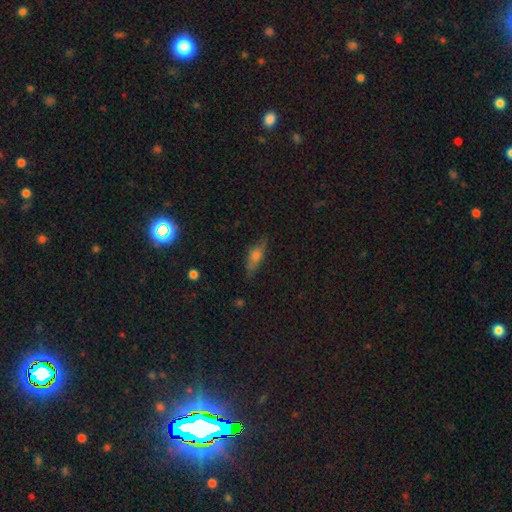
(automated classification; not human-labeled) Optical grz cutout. It shows a smooth galaxy with no disk features (53%) that is in between round and cigar-shaped (52%). Merging: none (77%).